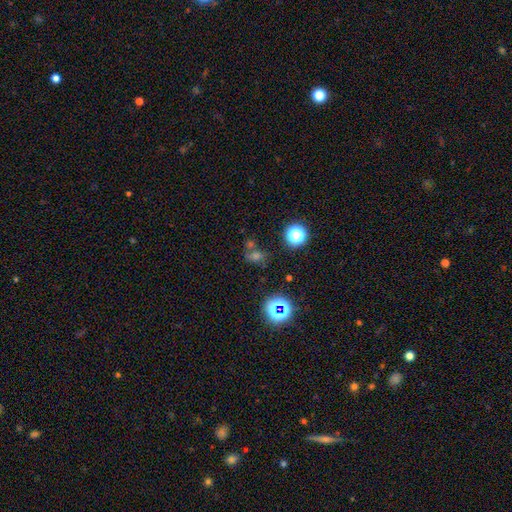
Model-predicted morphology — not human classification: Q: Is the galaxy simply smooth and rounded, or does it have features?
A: smooth — 46%.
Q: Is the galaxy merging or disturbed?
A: none — 55%.